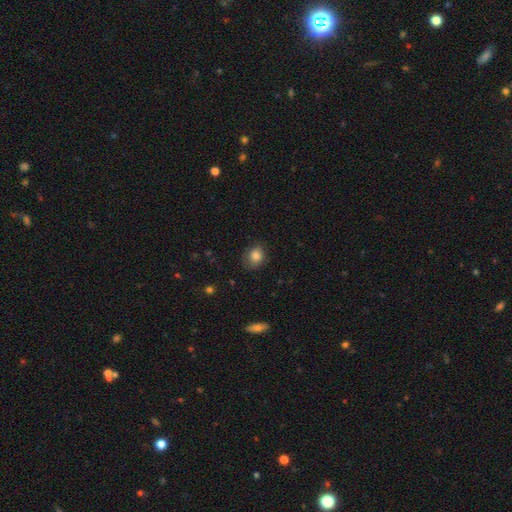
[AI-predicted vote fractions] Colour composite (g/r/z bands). It shows a smooth galaxy with no disk features (83%) that is round (66%). Merging: none (73%).